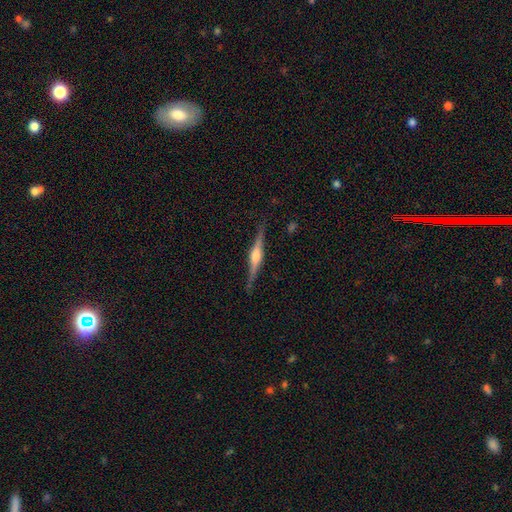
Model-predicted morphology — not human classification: Q: Smooth or featured?
A: featured or disk (78%); runner-up: smooth (17%)
Q: Edge-on disk?
A: yes (98%); runner-up: no (2%)
Q: Edge-on bulge?
A: rounded (85%); runner-up: boxy (11%)
Q: Merging?
A: none (86%); runner-up: minor disturbance (10%)